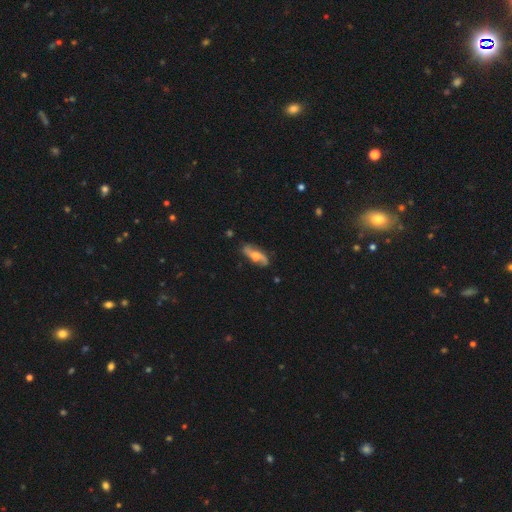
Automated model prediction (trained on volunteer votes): Q: Smooth or featured?
A: featured or disk (64%); runner-up: smooth (29%)
Q: Edge-on disk?
A: no (82%); runner-up: yes (18%)
Q: Bar?
A: no (55%); runner-up: weak (35%)
Q: Spiral arms?
A: yes (89%); runner-up: no (11%)
Q: Bulge size?
A: moderate (52%); runner-up: small (23%)
Q: Merging?
A: none (75%); runner-up: minor disturbance (18%)